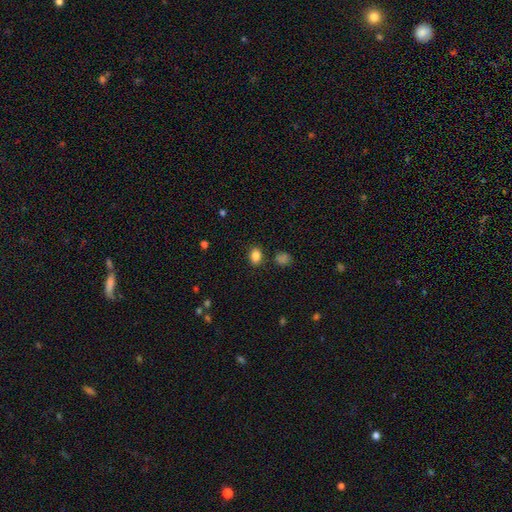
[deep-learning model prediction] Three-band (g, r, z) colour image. It shows a smooth galaxy with no disk features (85%) that is in between round and cigar-shaped (62%). Merging: none (85%).